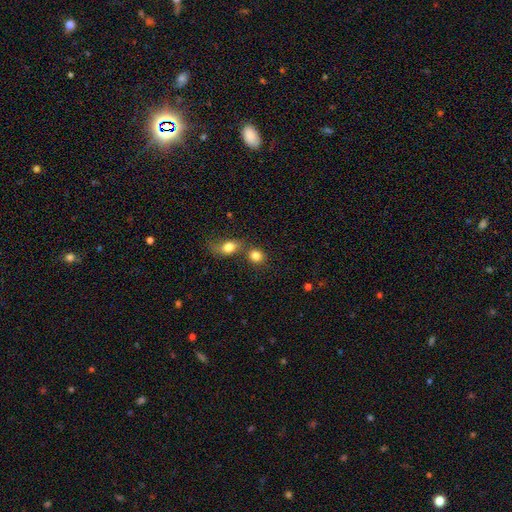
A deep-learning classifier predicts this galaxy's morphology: smooth 82%, star or artifact 10%, featured or disk 8%. Down the decision tree: how rounded — round (74%); merging — none (52%).